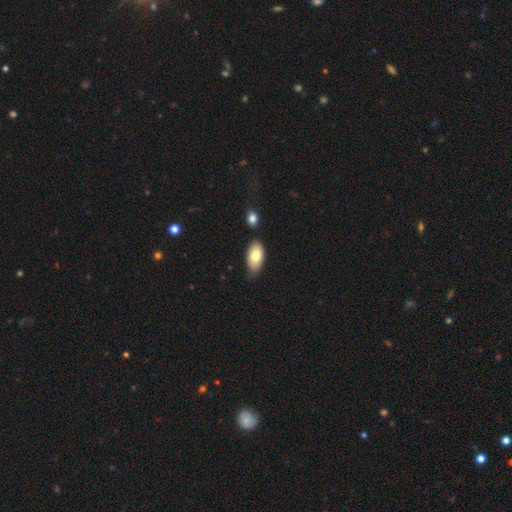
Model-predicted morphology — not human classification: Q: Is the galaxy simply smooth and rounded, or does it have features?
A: smooth — 77%.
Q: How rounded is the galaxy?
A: in between — 94%.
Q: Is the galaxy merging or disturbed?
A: none — 71%.